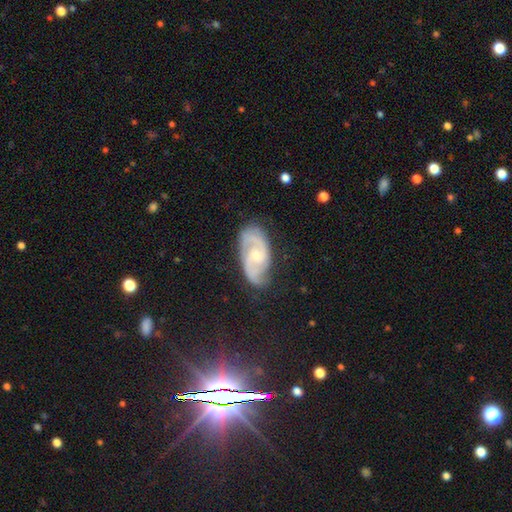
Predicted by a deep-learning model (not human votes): Smooth or featured? featured or disk (84%)
Edge-on disk? no (96%)
Bar? no (56%)
Spiral arms? yes (96%)
Spiral winding? medium (45%)
Spiral arm count? 2 (81%)
Bulge size? moderate (50%)
Merging? none (74%)